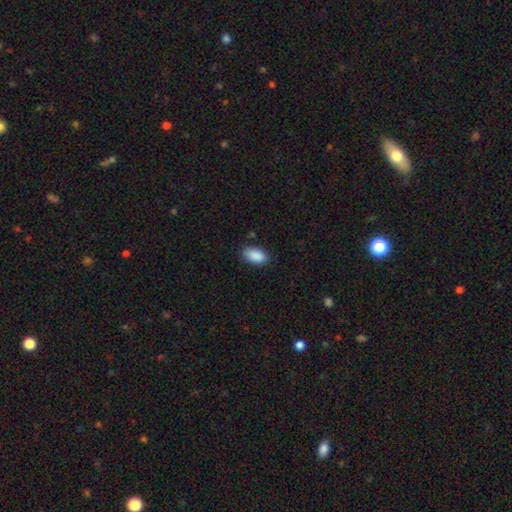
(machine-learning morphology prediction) This appears to be a smooth galaxy with no disk features (90%) that is in between round and cigar-shaped (93%). Merging: none (82%).